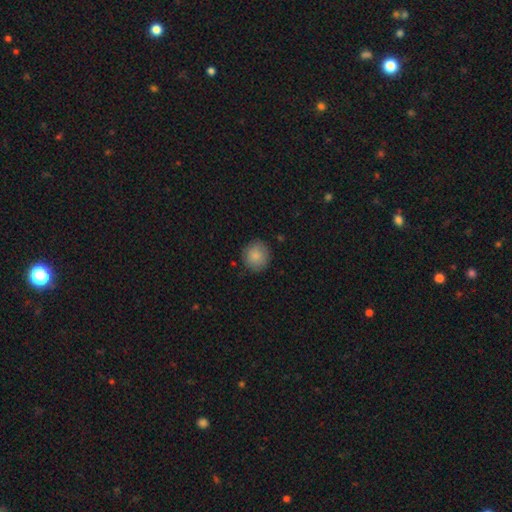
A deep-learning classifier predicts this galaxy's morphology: Smooth or featured?
  - smooth: 87% *
  - star or artifact: 7%
  - featured or disk: 5%
How rounded?
  - round: 91% *
  - in between: 8%
  - cigar-shaped: 1%
Merging?
  - none: 87% *
  - minor disturbance: 10%
  - major disturbance: 2%
  - merger: 1%